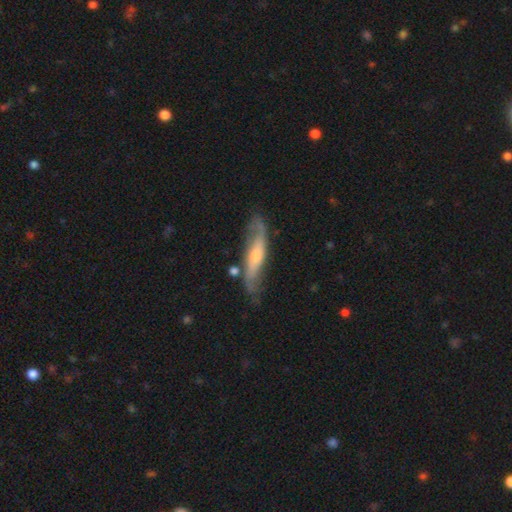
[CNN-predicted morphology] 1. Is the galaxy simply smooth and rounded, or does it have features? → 69% featured or disk, 25% smooth, 6% star or artifact.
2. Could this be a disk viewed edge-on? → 54% no, 46% yes.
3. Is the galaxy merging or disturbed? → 68% none, 21% minor disturbance, 7% major disturbance, 4% merger.